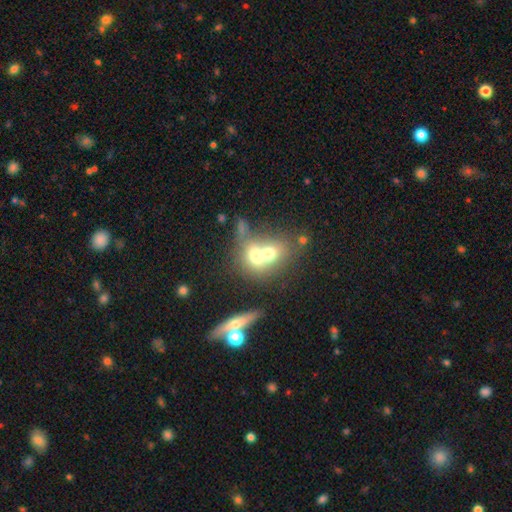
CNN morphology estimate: A smooth galaxy with no disk features (63%) that is round (51%). Merging: merger (69%).